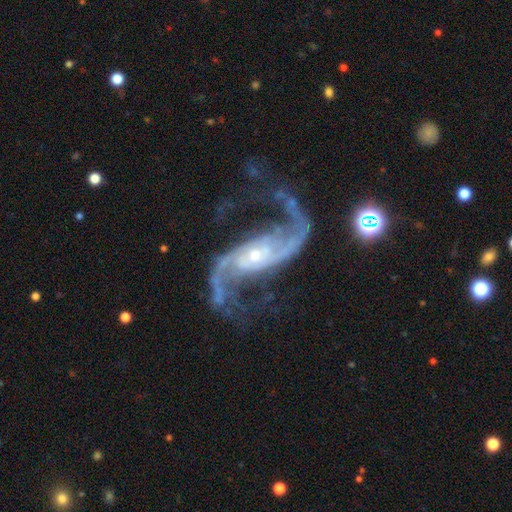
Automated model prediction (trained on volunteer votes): Morphology: type=featured or disk (93%); edge-on=no (97%); bar=no (46%); spiral arms=yes (98%); winding=loose (64%); arm count=2 (94%); bulge=small (63%); merging=none (66%).